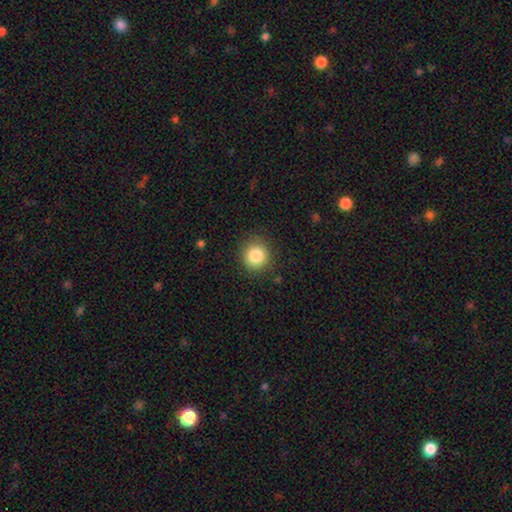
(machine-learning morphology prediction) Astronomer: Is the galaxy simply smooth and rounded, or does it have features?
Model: smooth — 85%.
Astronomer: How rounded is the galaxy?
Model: round — 91%.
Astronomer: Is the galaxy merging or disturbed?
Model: none — 88%.